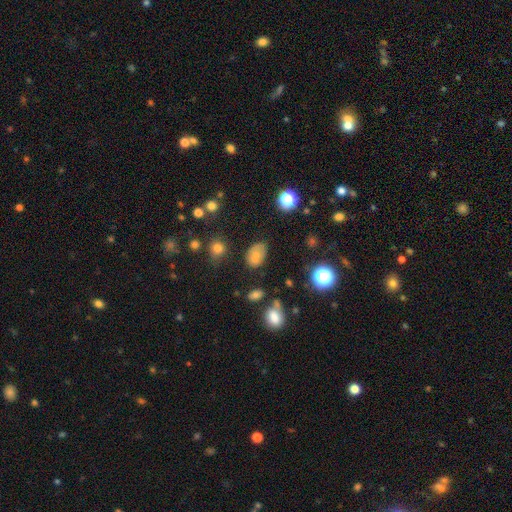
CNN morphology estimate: A smooth galaxy with no disk features (60%) that is in between round and cigar-shaped (83%). Merging: none (64%).